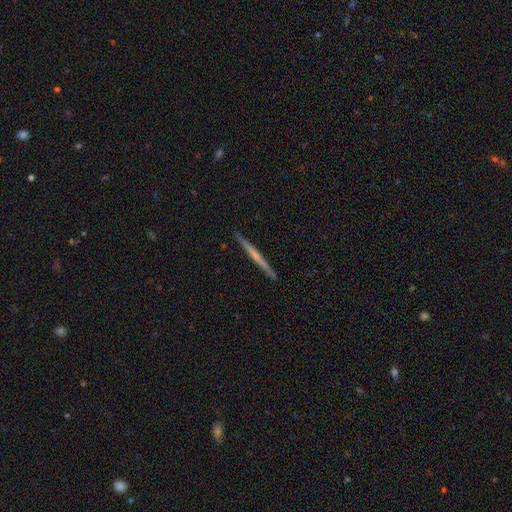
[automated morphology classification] A featured or disk galaxy (58%) viewed edge-on (98%) with no central bulge (73%).

Vote fractions:
- Smooth or featured? featured or disk: 58% / smooth: 36% / star or artifact: 5%
- Edge-on disk? yes: 98% / no: 2%
- Edge-on bulge? none: 73% / rounded: 20% / boxy: 6%
- Merging? none: 92% / minor disturbance: 5% / major disturbance: 1% / merger: 1%